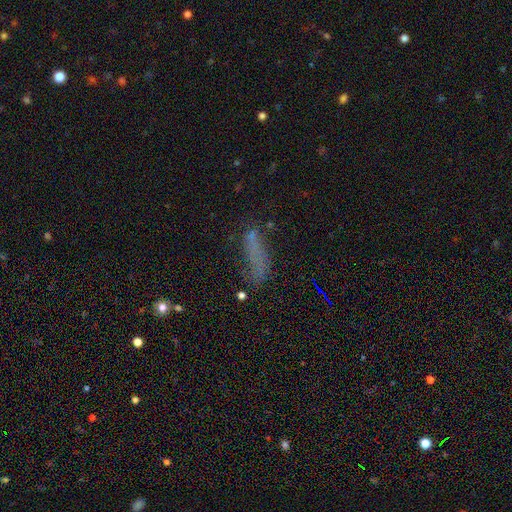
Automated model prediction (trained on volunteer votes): The model was most divided on "how rounded": cigar-shaped: 65%, in between: 32%, round: 4%. More confident: merging — none (58%); smooth or featured — smooth (56%).